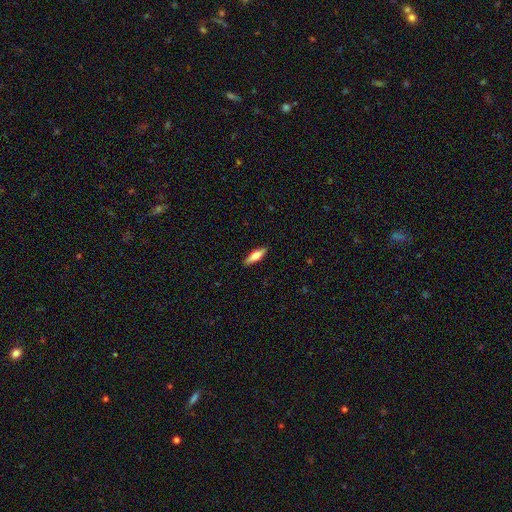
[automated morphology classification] This appears to be a smooth galaxy with no disk features (61%) that is cigar-shaped (61%). Merging: none (90%).